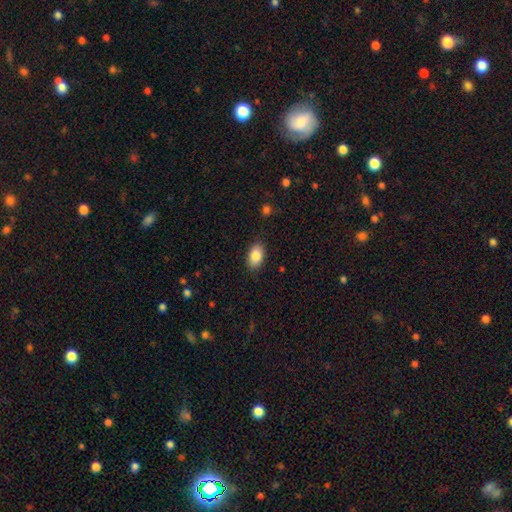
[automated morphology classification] Smooth or featured? Predicted: smooth (p=0.87). How rounded? Predicted: in between (p=0.91). Merging? Predicted: none (p=0.87).